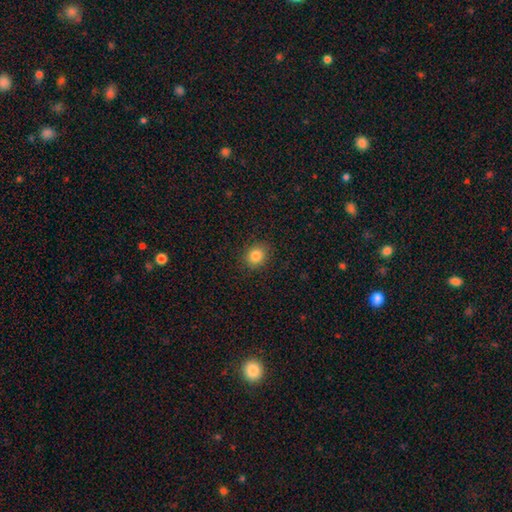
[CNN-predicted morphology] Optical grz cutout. It shows a smooth galaxy with no disk features (84%) that is round (71%). Merging: none (89%).